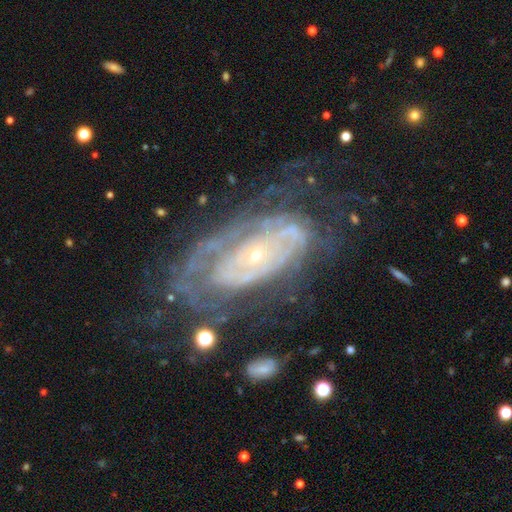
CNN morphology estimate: smooth-or-featured: featured or disk: 83% | smooth: 11% | star or artifact: 7%
  disk-edge-on: no: 92% | yes: 8%
    bar: no: 77% | weak: 16% | strong: 7%
    has-spiral-arms: yes: 81% | no: 19%
      spiral-winding: tight: 71% | medium: 21% | loose: 8%
      spiral-arm-count: can't tell: 52% | 2: 20% | 3: 9% | 4: 7% | 1: 6% | more than 4: 5%
    bulge-size: small: 82% | moderate: 13% | none: 2% | large: 2% | dominant: 1%
  merging: none: 55% | minor disturbance: 21% | major disturbance: 21% | merger: 3%